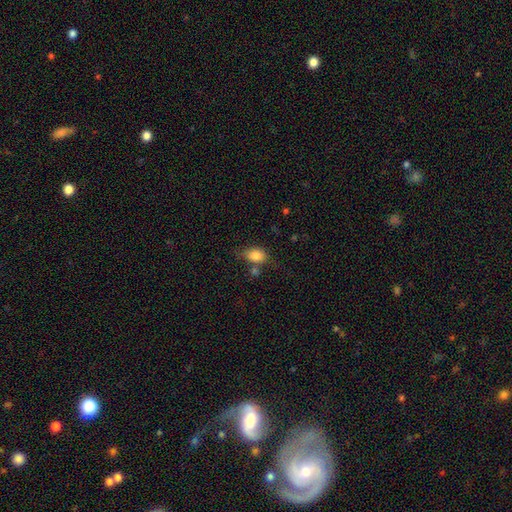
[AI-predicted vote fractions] Q: Smooth or featured?
A: smooth (82%); runner-up: featured or disk (9%)
Q: How rounded?
A: in between (77%); runner-up: round (21%)
Q: Merging?
A: none (56%); runner-up: minor disturbance (22%)